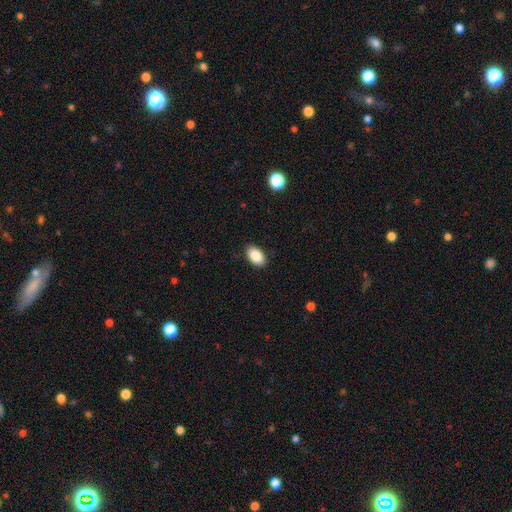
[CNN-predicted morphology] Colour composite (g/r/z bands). It shows a smooth galaxy with no disk features (88%) that is in between round and cigar-shaped (93%). Merging: none (89%).